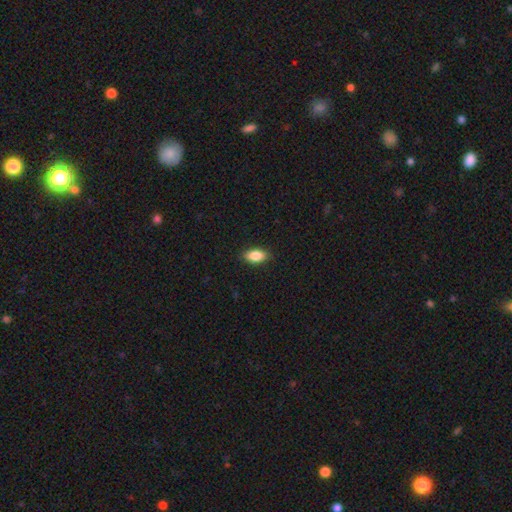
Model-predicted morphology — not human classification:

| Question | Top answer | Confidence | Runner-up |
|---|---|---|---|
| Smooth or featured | smooth | 86% | star or artifact (7%) |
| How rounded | in between | 90% | cigar-shaped (6%) |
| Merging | none | 87% | minor disturbance (10%) |